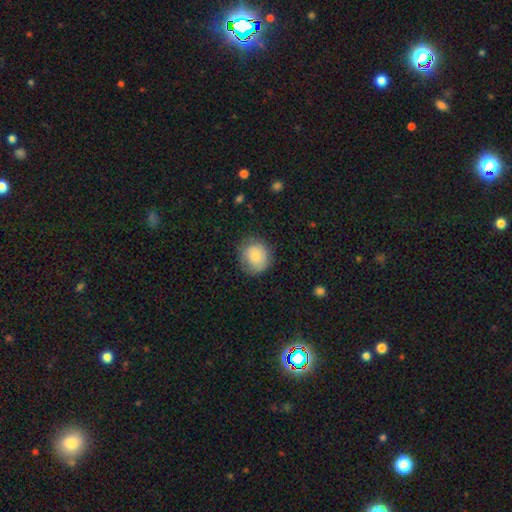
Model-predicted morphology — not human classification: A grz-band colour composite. It shows a smooth galaxy with no disk features (80%) that is round (85%). Merging: none (73%).